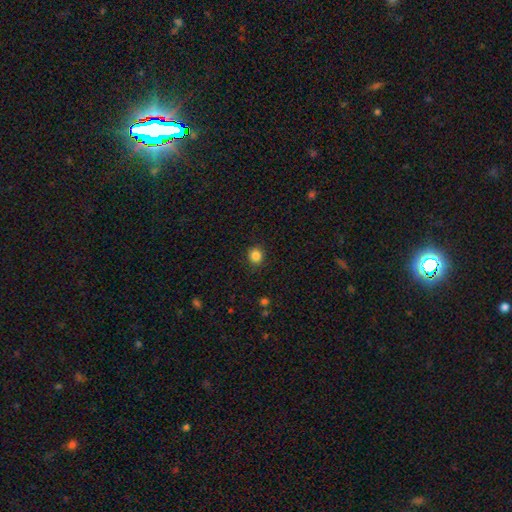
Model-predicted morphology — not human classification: This appears to be a smooth galaxy with no disk features (85%) that is round (82%). Merging: none (90%).